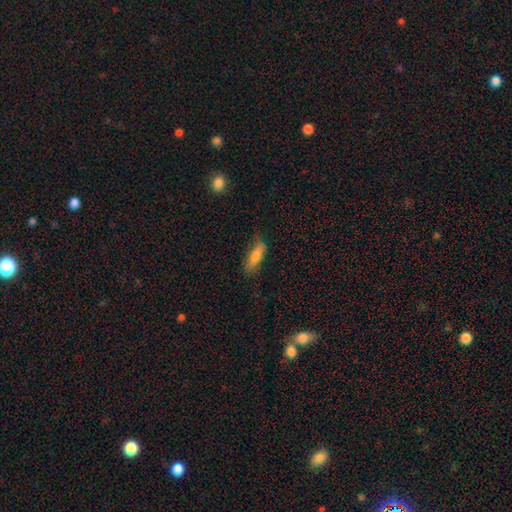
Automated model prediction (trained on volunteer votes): Smooth or featured: smooth — 71% (featured or disk — 22%)
How rounded: cigar-shaped — 50% (in between — 48%)
Merging: none — 71% (minor disturbance — 22%)